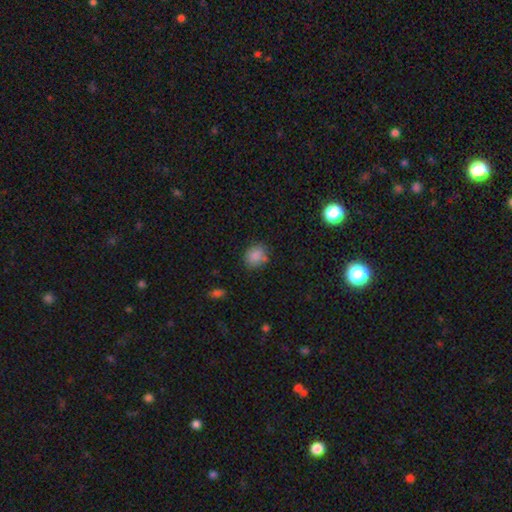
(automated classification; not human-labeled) The model was most divided on "how rounded": round: 64%, in between: 35%, cigar-shaped: 1%. More confident: smooth or featured — smooth (85%); merging — none (77%).